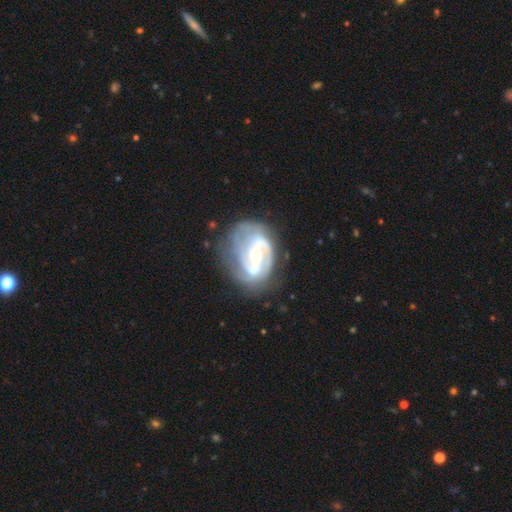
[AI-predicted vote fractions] A featured or disk galaxy (86%) with no bar (50%), 2 (53%) tight (47%) spiral arms (94%) and a moderate central bulge (49%).

Vote fractions:
- Smooth or featured? featured or disk: 86% / smooth: 9% / star or artifact: 5%
- Edge-on disk? no: 98% / yes: 2%
- Bar? no: 50% / weak: 37% / strong: 13%
- Spiral arms? yes: 94% / no: 6%
- Spiral winding? tight: 47% / medium: 41% / loose: 12%
- Spiral arm count? 2: 53% / can't tell: 19% / 3: 17% / 1: 5% / 4: 4% / more than 4: 3%
- Bulge size? moderate: 49% / small: 47% / large: 2% / none: 1% / dominant: 1%
- Merging? none: 57% / minor disturbance: 24% / major disturbance: 15% / merger: 3%